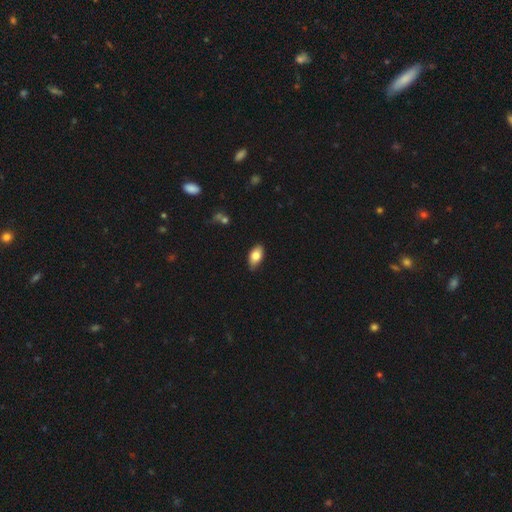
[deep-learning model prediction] Smooth or featured?
  - smooth: 80% *
  - featured or disk: 13%
  - star or artifact: 7%
How rounded?
  - in between: 91% *
  - round: 5%
  - cigar-shaped: 4%
Merging?
  - none: 82% *
  - minor disturbance: 15%
  - major disturbance: 2%
  - merger: 1%